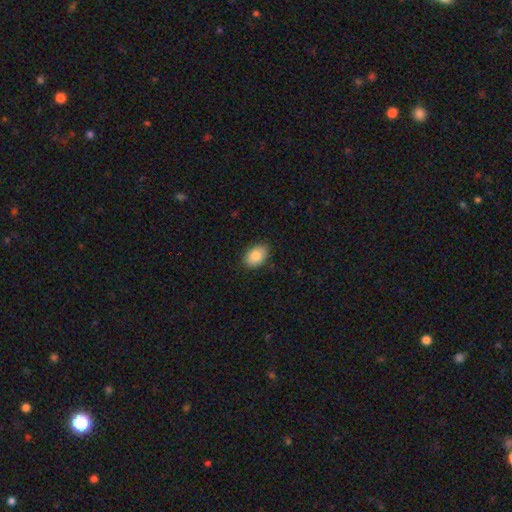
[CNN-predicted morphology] Smooth or featured? smooth (83%)
How rounded? in between (83%)
Merging? none (87%)